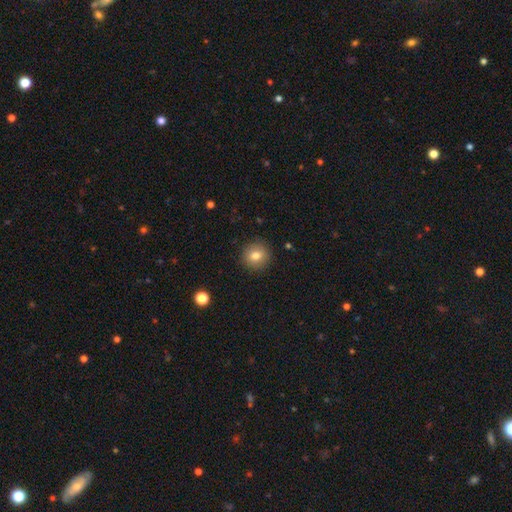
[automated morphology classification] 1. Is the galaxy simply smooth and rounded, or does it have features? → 80% smooth, 10% star or artifact, 10% featured or disk.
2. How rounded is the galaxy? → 90% round, 9% in between, 1% cigar-shaped.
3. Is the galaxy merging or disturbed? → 91% none, 6% minor disturbance, 2% major disturbance, 1% merger.